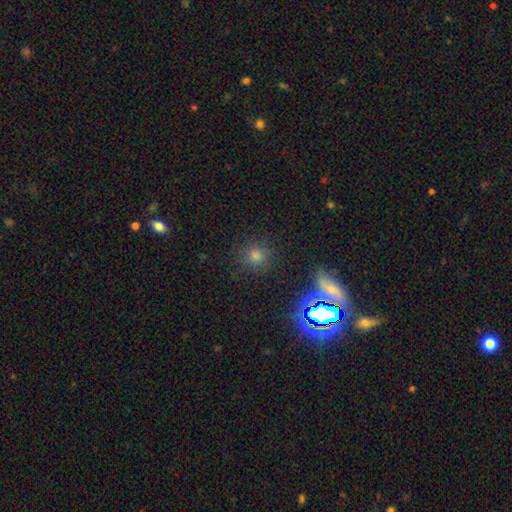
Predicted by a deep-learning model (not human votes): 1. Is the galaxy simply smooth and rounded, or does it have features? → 60% smooth, 32% star or artifact, 8% featured or disk.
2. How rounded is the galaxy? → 88% round, 11% in between, 2% cigar-shaped.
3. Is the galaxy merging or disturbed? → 85% none, 8% minor disturbance, 4% major disturbance, 3% merger.